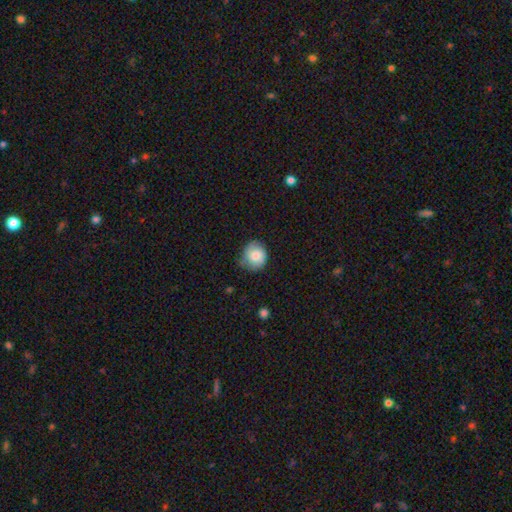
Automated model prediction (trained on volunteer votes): A smooth galaxy with no disk features (78%) that is round (81%). Merging: none (63%).